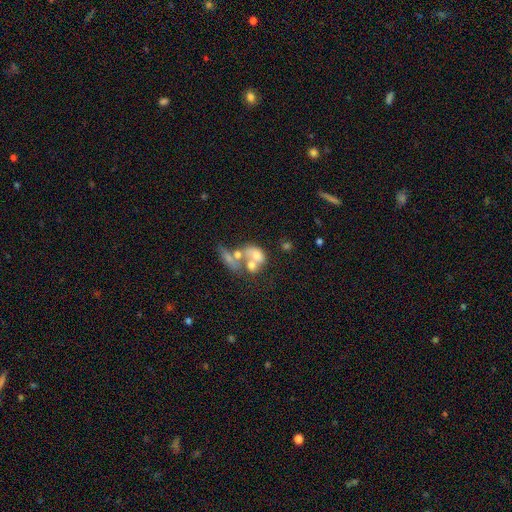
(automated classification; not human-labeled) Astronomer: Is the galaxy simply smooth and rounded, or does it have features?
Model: smooth — 50% (runner-up: featured or disk, 38%).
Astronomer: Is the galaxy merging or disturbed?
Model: merger — 63%.